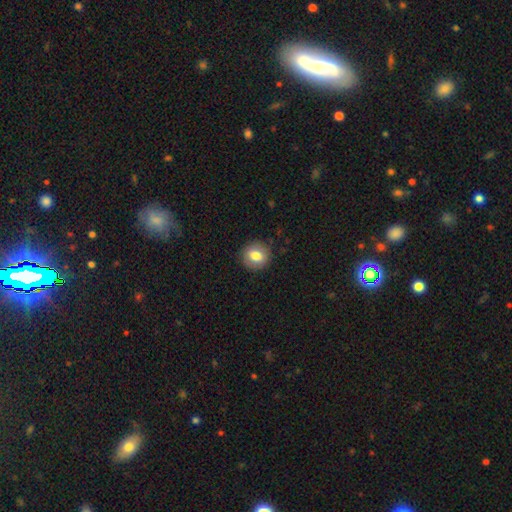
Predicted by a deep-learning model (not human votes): Morphology: type=smooth (78%); roundness=round (83%); merging=none (88%).